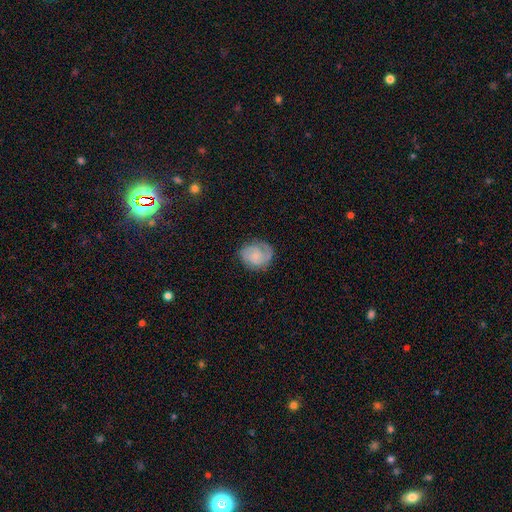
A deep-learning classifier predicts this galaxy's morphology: Smooth or featured?
  - featured or disk: 58% *
  - smooth: 35%
  - star or artifact: 7%
Edge-on disk?
  - no: 98% *
  - yes: 2%
Bar?
  - no: 68% *
  - weak: 28%
  - strong: 4%
Spiral arms?
  - yes: 91% *
  - no: 9%
Spiral winding?
  - tight: 48% *
  - medium: 39%
  - loose: 13%
Spiral arm count?
  - 2: 58% *
  - 1: 16%
  - can't tell: 15%
  - 3: 7%
  - 4: 2%
  - more than 4: 2%
Bulge size?
  - small: 43% *
  - none: 33%
  - moderate: 18%
  - large: 4%
  - dominant: 2%
Merging?
  - none: 75% *
  - minor disturbance: 17%
  - major disturbance: 7%
  - merger: 1%